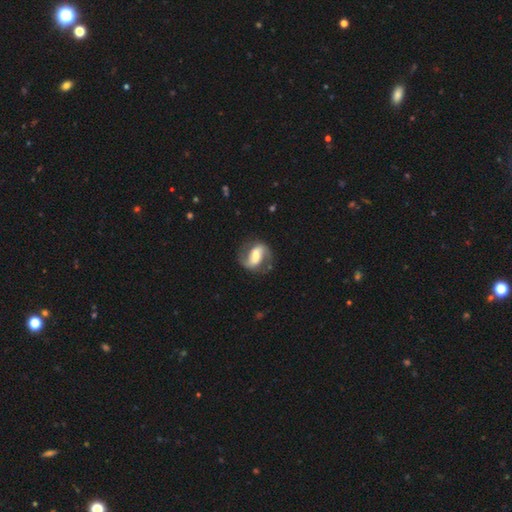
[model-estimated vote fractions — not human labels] Overall: featured or disk (80%). Edge-on disk: no (97%). Bar: strong (45%; weak 35%). Spiral arms: yes (92%). Spiral arm count: 2 (90%). Spiral winding: medium (46%; loose 36%). Bulge size: moderate (57%; small 27%). Merging: none (76%).